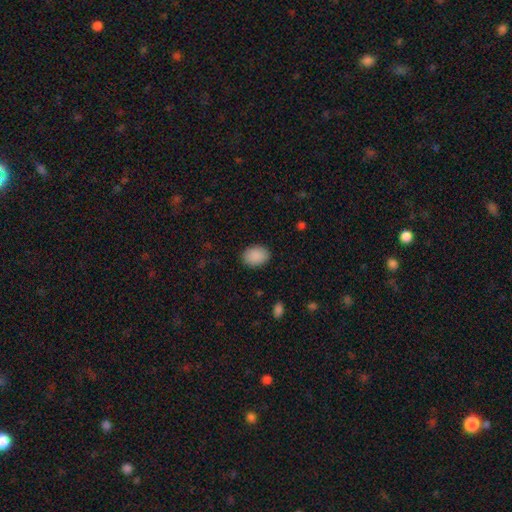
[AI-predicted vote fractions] Smooth or featured? Predicted: smooth (p=0.90). How rounded? Predicted: in between (p=0.68). Merging? Predicted: none (p=0.89).